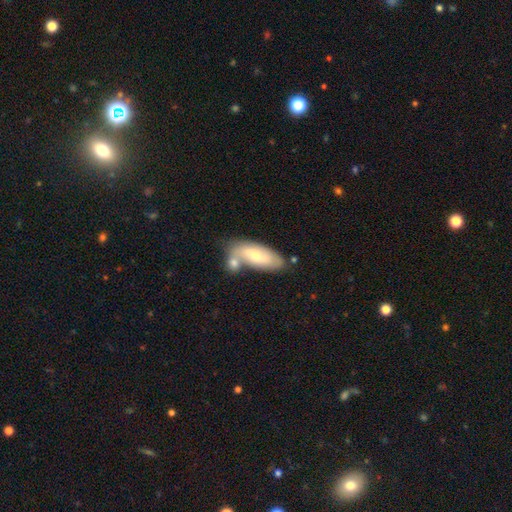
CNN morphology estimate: A smooth galaxy with no disk features (55%) that is in between round and cigar-shaped (80%).

Vote fractions:
- Smooth or featured? smooth: 55% / featured or disk: 39% / star or artifact: 6%
- How rounded? in between: 80% / cigar-shaped: 18% / round: 3%
- Merging? none: 41% / merger: 37% / minor disturbance: 16% / major disturbance: 6%